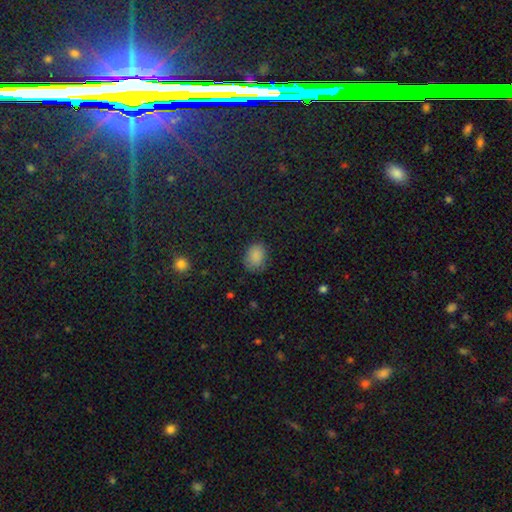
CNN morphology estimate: smooth_or_featured: smooth (p=0.83) [alt: star or artifact p=0.12]
how_rounded: in between (p=0.64) [alt: round p=0.35]
merging: none (p=0.73) [alt: minor disturbance p=0.21]